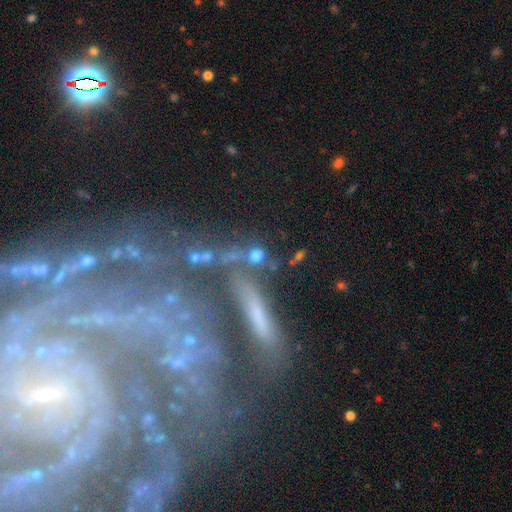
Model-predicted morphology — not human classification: Smooth or featured?
  - smooth: 63% *
  - star or artifact: 20%
  - featured or disk: 17%
How rounded?
  - round: 65% *
  - in between: 26%
  - cigar-shaped: 9%
Merging?
  - none: 55% *
  - merger: 19%
  - minor disturbance: 15%
  - major disturbance: 12%